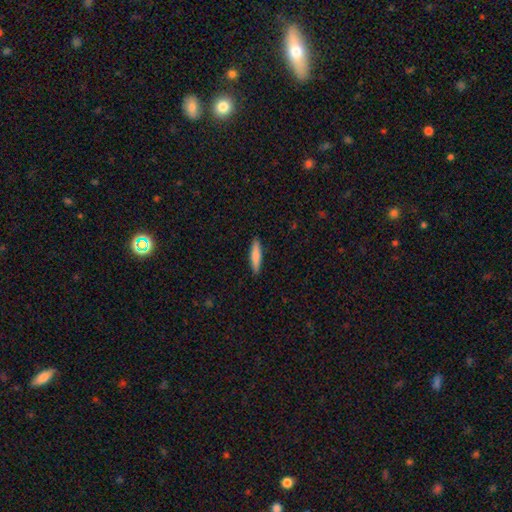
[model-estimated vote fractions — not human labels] Smooth or featured? smooth (80%)
How rounded? cigar-shaped (83%)
Merging? none (90%)